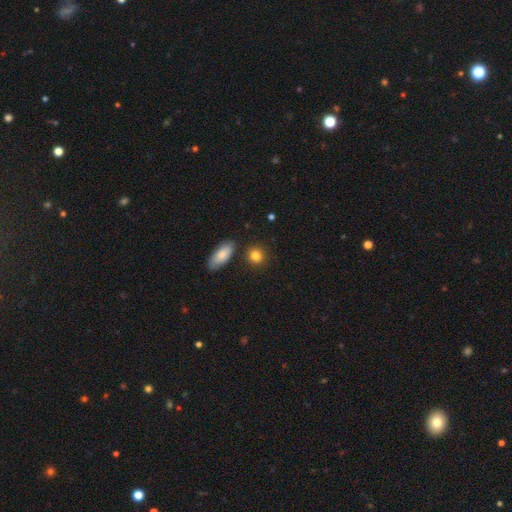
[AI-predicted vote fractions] Morphology: type=smooth (85%); roundness=round (75%); merging=none (84%).